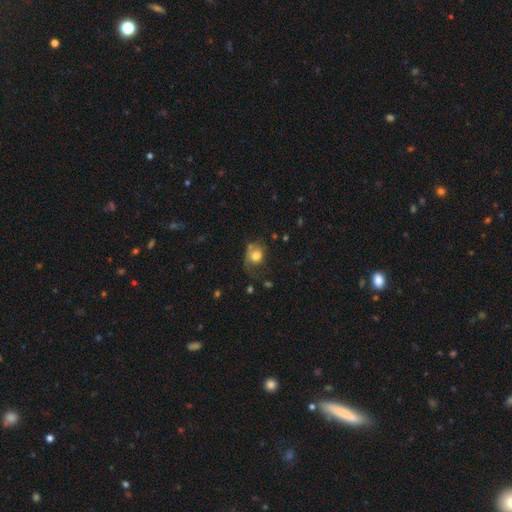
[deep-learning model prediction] Smooth or featured? smooth (66%)
How rounded? round (53%)
Merging? none (36%)